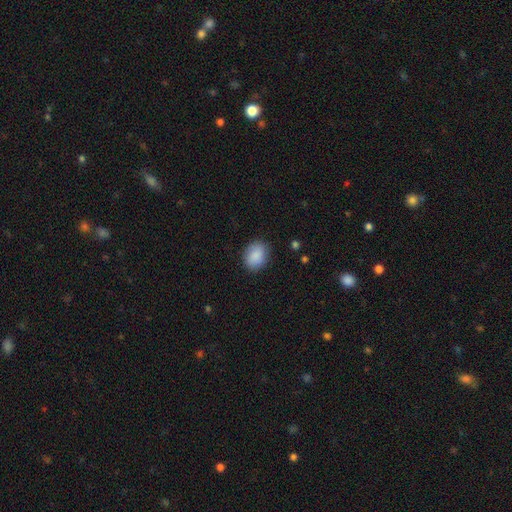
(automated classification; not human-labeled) Smooth or featured? Predicted: smooth (p=0.89). How rounded? Predicted: in between (p=0.57). Merging? Predicted: none (p=0.85).